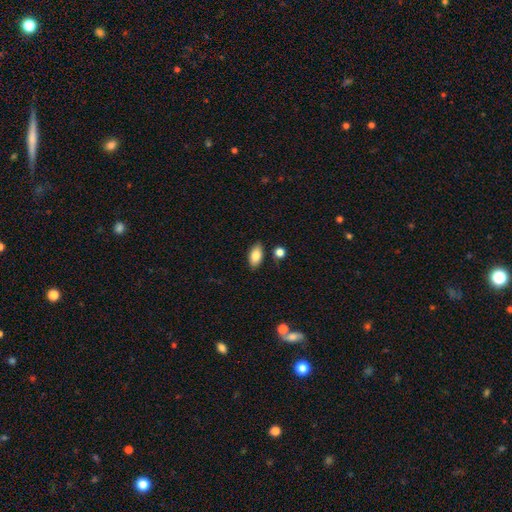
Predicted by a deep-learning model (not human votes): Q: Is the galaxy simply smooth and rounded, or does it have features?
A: smooth — 83%.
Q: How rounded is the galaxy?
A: in between — 92%.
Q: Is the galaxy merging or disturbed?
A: none — 83%.